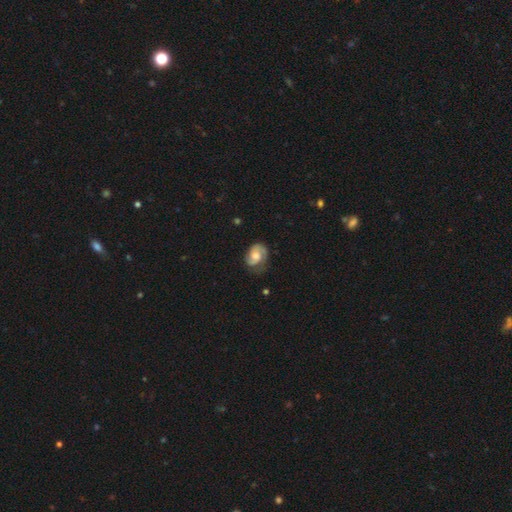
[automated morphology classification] Smooth or featured? featured or disk (59%)
Edge-on disk? no (97%)
Bar? no (65%)
Spiral arms? yes (88%)
Bulge size? moderate (55%)
Merging? none (58%)